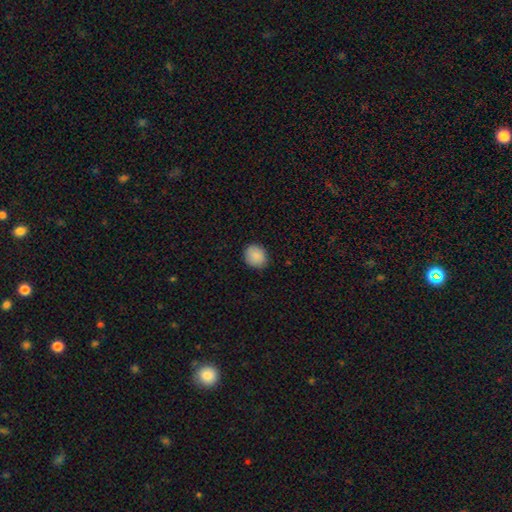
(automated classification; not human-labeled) smooth-or-featured: smooth: 89% | star or artifact: 8% | featured or disk: 3%
  how-rounded: round: 68% | in between: 32% | cigar-shaped: 1%
  merging: none: 88% | minor disturbance: 9% | major disturbance: 2% | merger: 1%